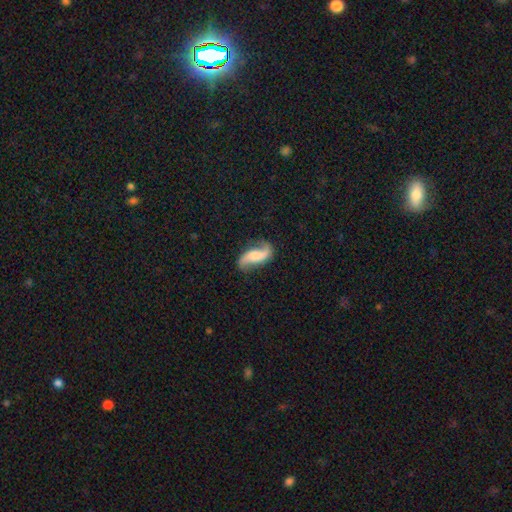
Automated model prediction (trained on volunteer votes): Overall: featured or disk (74%). Edge-on disk: no (95%). Bar: no (49%; weak 34%). Spiral arms: yes (95%). Spiral arm count: 2 (92%). Spiral winding: loose (78%). Bulge size: none (39%; large 20%). Merging: none (74%).